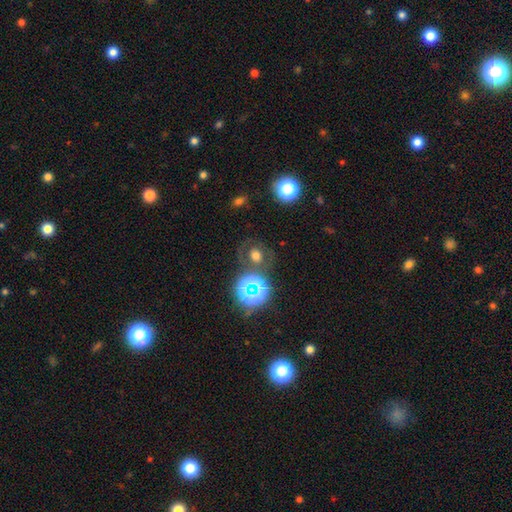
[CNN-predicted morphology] Overall: smooth (53%; star or artifact 28%). How rounded: round (73%). Merging: none (71%).